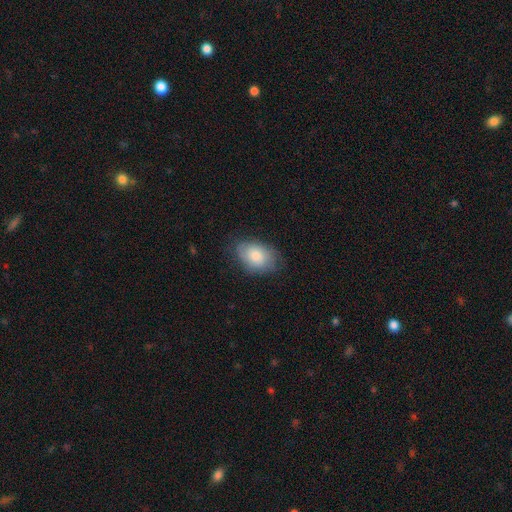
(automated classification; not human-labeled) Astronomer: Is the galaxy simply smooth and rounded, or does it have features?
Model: smooth — 76%.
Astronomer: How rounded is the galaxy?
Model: in between — 85%.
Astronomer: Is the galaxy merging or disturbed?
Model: none — 71%.